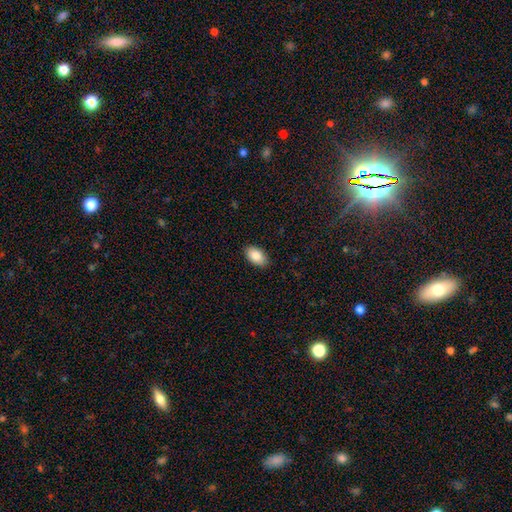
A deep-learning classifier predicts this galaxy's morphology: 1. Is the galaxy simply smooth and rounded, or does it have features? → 86% smooth, 7% featured or disk, 7% star or artifact.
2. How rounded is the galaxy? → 93% in between, 6% round, 1% cigar-shaped.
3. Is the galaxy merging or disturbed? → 88% none, 9% minor disturbance, 2% major disturbance, 1% merger.